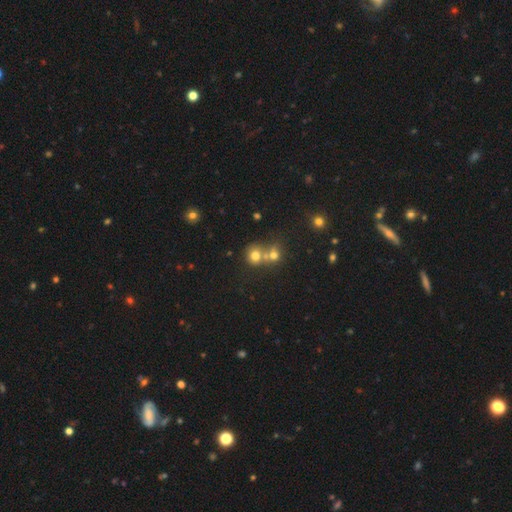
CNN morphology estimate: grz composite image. It shows a smooth galaxy with no disk features (71%) that is round (82%). Merging: merger (50%).